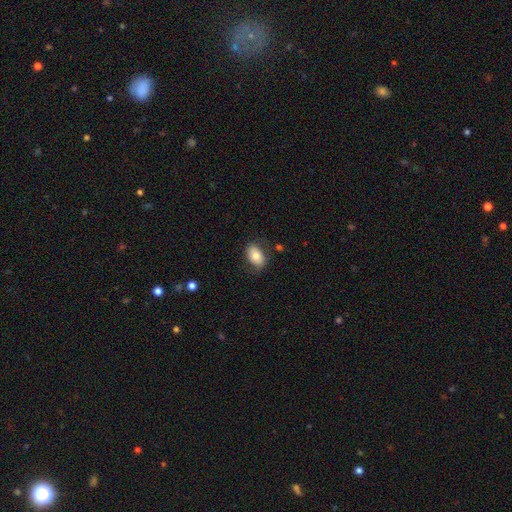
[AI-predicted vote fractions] smooth-or-featured: smooth: 76% | featured or disk: 17% | star or artifact: 7%
  how-rounded: in between: 88% | round: 11% | cigar-shaped: 1%
  merging: none: 73% | minor disturbance: 18% | major disturbance: 6% | merger: 2%